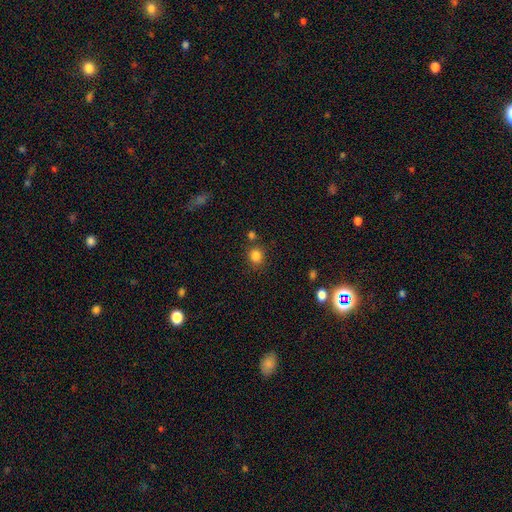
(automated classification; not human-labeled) Overall: smooth (84%). How rounded: round (81%). Merging: none (79%).